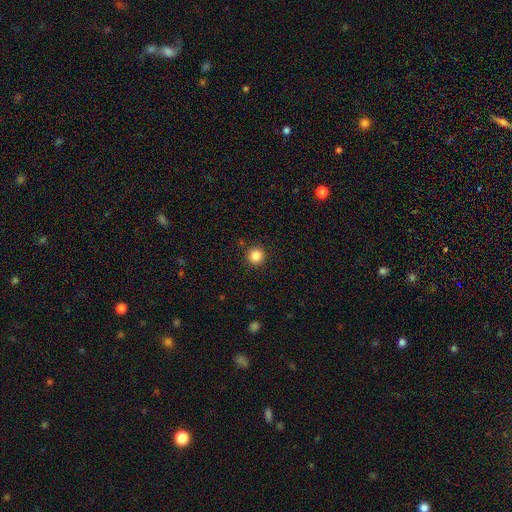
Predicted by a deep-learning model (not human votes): Smooth or featured? Predicted: smooth (p=0.85). How rounded? Predicted: round (p=0.95). Merging? Predicted: none (p=0.91).